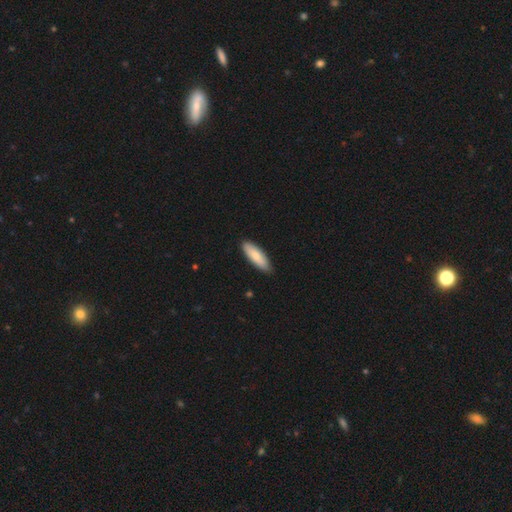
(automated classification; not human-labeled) This appears to be a smooth galaxy with no disk features (80%) that is in between round and cigar-shaped (52%). Merging: none (87%).